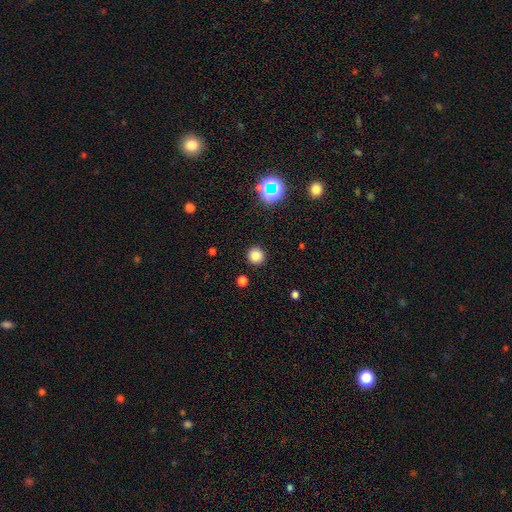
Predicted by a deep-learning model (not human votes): This appears to be a smooth galaxy with no disk features (81%) that is round (94%). Merging: none (91%).